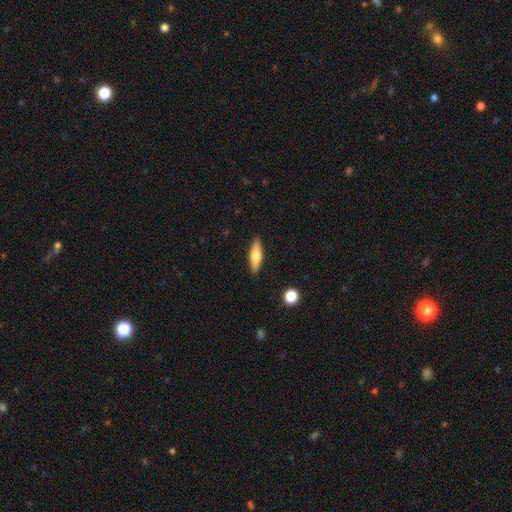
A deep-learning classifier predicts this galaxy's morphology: smooth_or_featured: smooth (p=0.57) [alt: featured or disk p=0.36]
how_rounded: cigar-shaped (p=0.57) [alt: in between p=0.40]
merging: none (p=0.89) [alt: minor disturbance p=0.08]